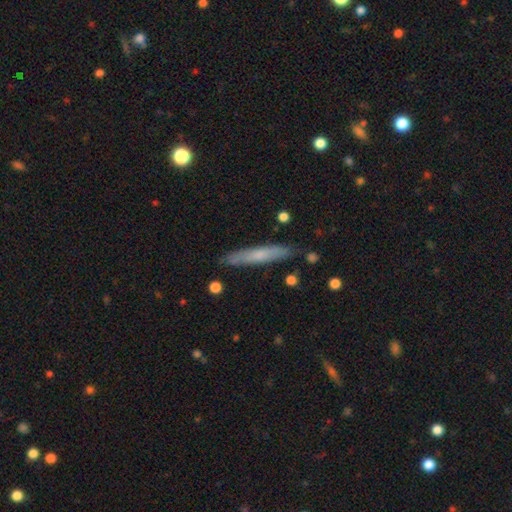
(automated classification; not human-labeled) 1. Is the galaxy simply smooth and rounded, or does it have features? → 55% smooth, 39% featured or disk, 7% star or artifact.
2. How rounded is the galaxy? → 94% cigar-shaped, 5% in between, 1% round.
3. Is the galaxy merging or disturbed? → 87% none, 10% minor disturbance, 2% major disturbance, 2% merger.